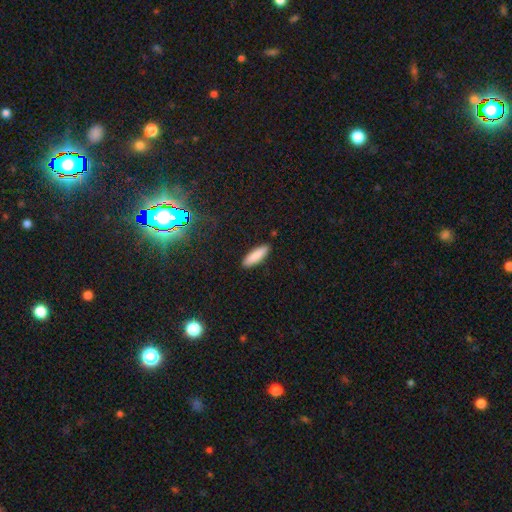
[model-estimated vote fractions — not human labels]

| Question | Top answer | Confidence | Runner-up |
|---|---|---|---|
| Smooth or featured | smooth | 87% | featured or disk (7%) |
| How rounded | cigar-shaped | 59% | in between (40%) |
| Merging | none | 90% | minor disturbance (7%) |